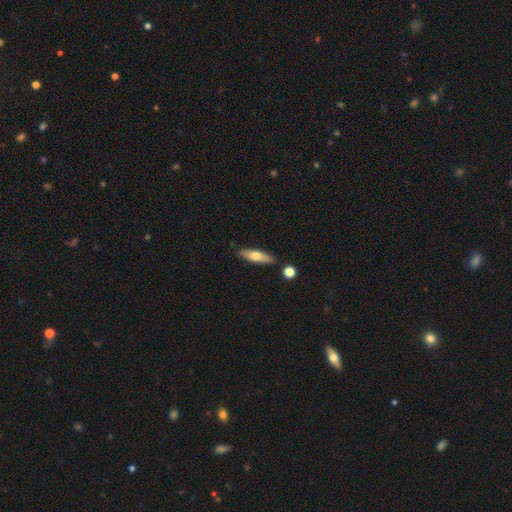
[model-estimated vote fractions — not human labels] smooth 66%, featured or disk 28%, star or artifact 6%. Down the decision tree: how rounded — cigar-shaped (58%); merging — none (85%).